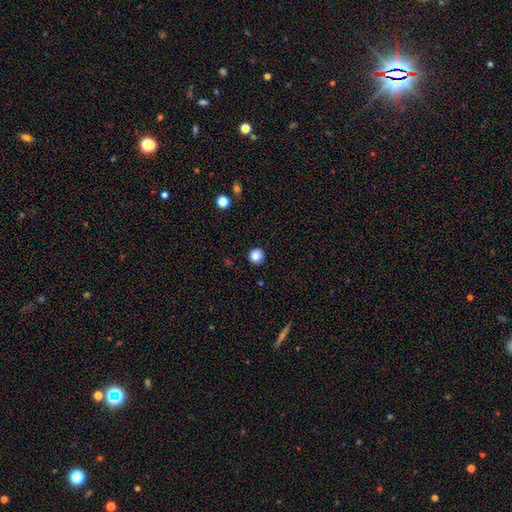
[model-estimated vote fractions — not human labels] Overall: smooth (87%). How rounded: round (94%). Merging: none (91%).